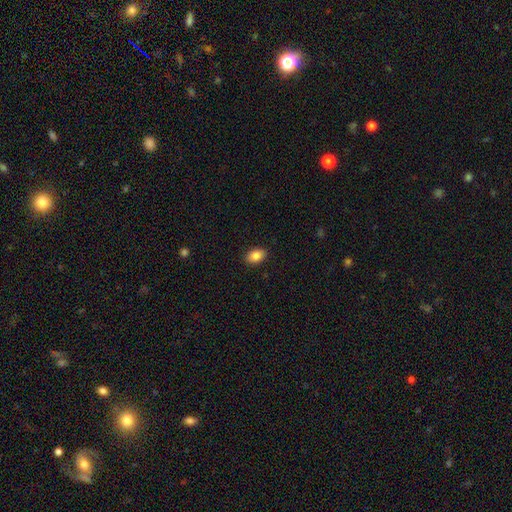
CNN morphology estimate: A smooth galaxy with no disk features (87%) that is in between round and cigar-shaped (87%). Merging: none (90%).